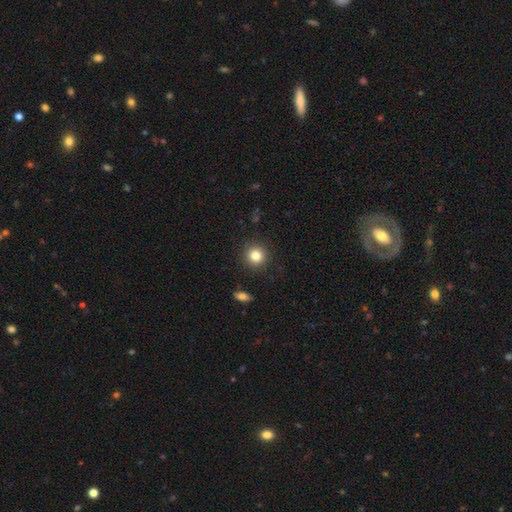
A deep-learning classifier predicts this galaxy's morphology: The model was most divided on "smooth or featured": smooth: 82%, star or artifact: 11%, featured or disk: 7%. More confident: how rounded — round (93%); merging — none (90%).